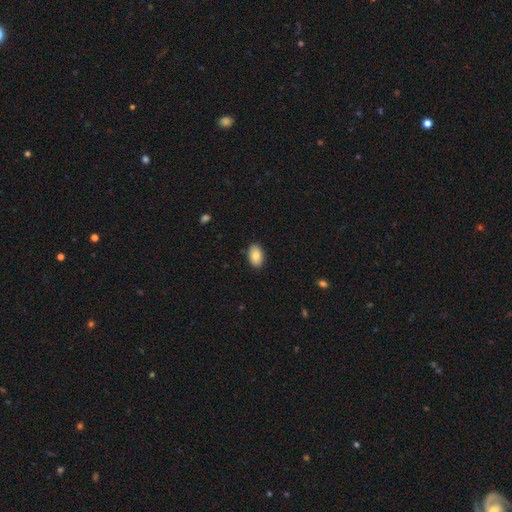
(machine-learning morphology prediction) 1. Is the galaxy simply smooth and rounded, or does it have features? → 83% smooth, 10% featured or disk, 7% star or artifact.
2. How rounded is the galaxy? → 90% in between, 9% round, 1% cigar-shaped.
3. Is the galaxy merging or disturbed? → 88% none, 9% minor disturbance, 2% major disturbance, 1% merger.